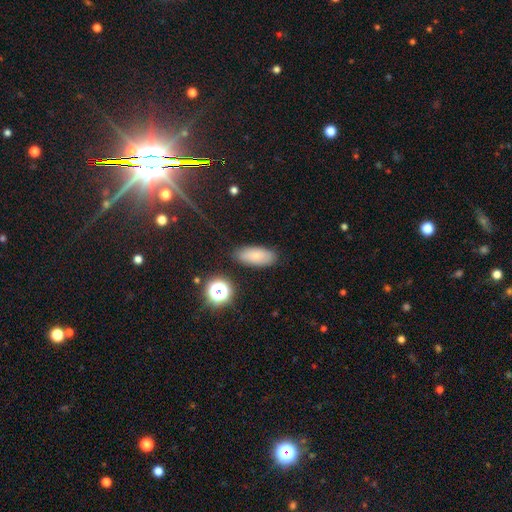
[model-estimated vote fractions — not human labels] smooth-or-featured: smooth: 75% | featured or disk: 14% | star or artifact: 10%
  how-rounded: in between: 83% | cigar-shaped: 13% | round: 4%
  merging: none: 84% | minor disturbance: 11% | major disturbance: 3% | merger: 2%